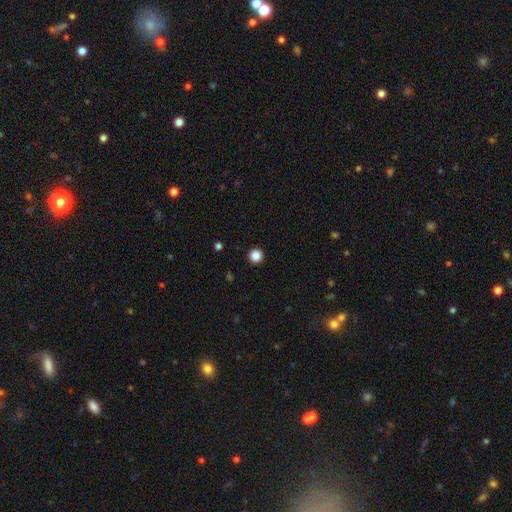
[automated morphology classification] smooth_or_featured: smooth (p=0.86) [alt: star or artifact p=0.11]
how_rounded: round (p=0.96) [alt: in between p=0.03]
merging: none (p=0.94) [alt: minor disturbance p=0.04]